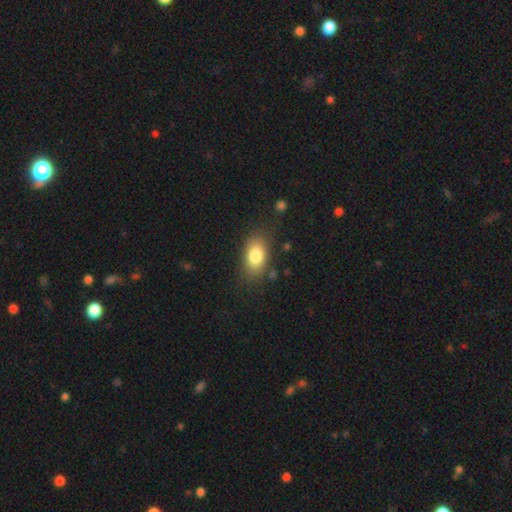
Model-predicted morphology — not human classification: This is clearly a smooth galaxy (82%). How rounded: clearly in between (88%). Merging: likely none (80%).